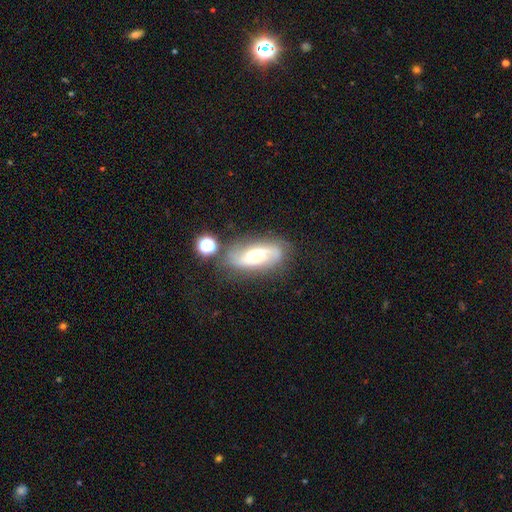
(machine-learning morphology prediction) type=featured or disk (74%); edge-on=no (92%); bar=no (55%); spiral arms=yes (93%); winding=medium (46%); arm count=2 (67%); bulge=moderate (46%); merging=none (66%).